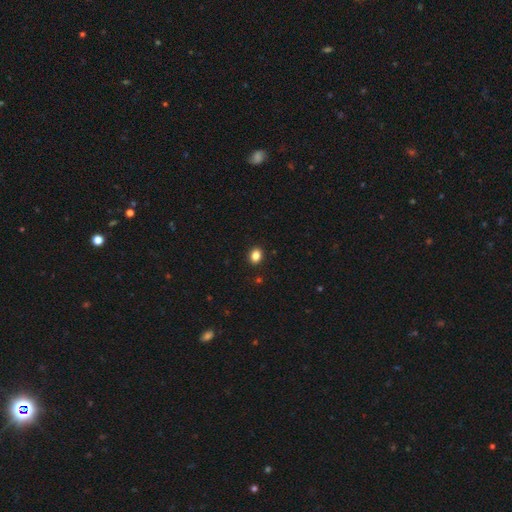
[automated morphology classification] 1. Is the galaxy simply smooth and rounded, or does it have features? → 86% smooth, 10% star or artifact, 4% featured or disk.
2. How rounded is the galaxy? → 58% in between, 41% round, 1% cigar-shaped.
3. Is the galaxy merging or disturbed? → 91% none, 6% minor disturbance, 2% major disturbance, 1% merger.